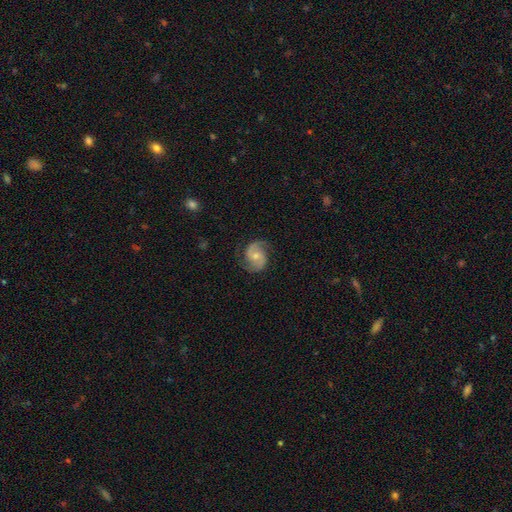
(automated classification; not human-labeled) Morphology: type=featured or disk (84%); edge-on=no (98%); bar=no (54%); spiral arms=yes (97%); winding=medium (54%); arm count=2 (92%); bulge=moderate (51%); merging=none (80%).